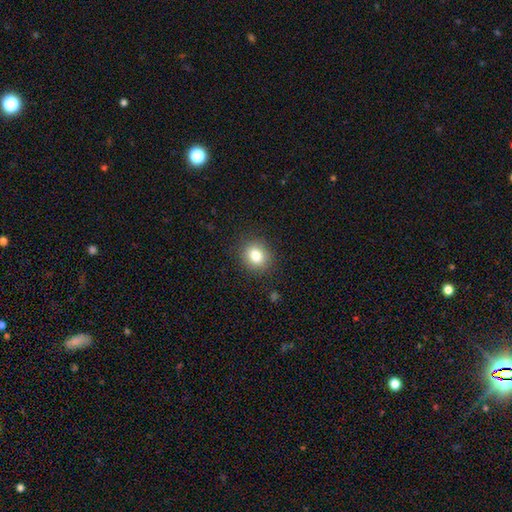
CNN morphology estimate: smooth-or-featured: smooth: 81% | star or artifact: 11% | featured or disk: 8%
  how-rounded: round: 69% | in between: 30% | cigar-shaped: 1%
  merging: none: 88% | minor disturbance: 8% | major disturbance: 3% | merger: 1%